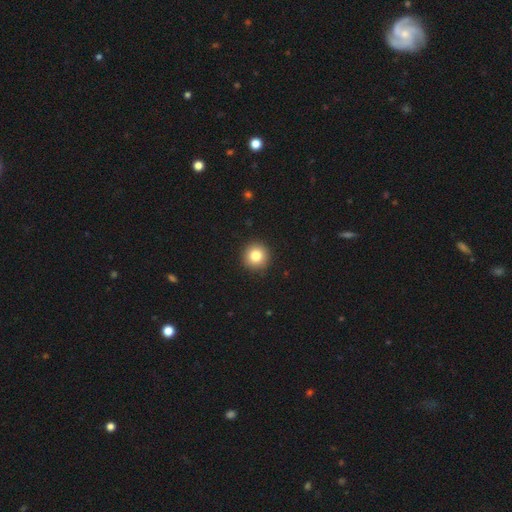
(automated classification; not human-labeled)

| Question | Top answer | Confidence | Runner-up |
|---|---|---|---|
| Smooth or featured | smooth | 84% | star or artifact (10%) |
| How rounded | round | 95% | in between (4%) |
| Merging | none | 92% | minor disturbance (5%) |